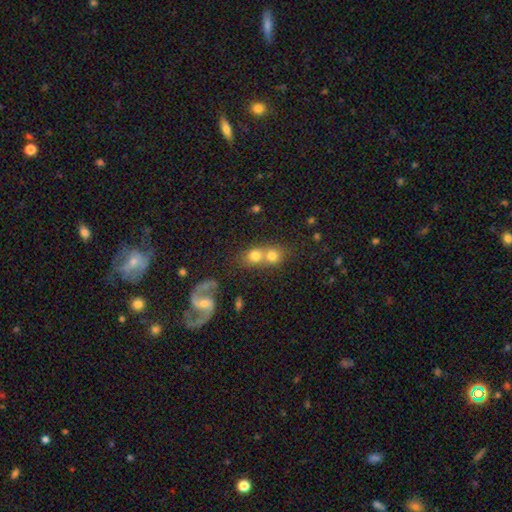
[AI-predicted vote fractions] This appears to be a smooth galaxy with no disk features (68%) that is round (77%). Merging: merger (59%).